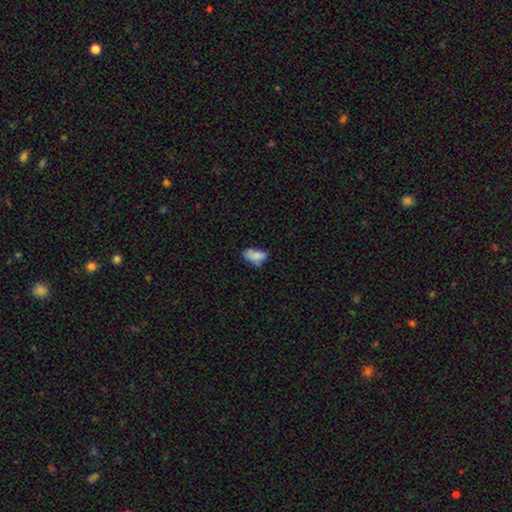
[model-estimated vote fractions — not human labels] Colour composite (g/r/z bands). It shows a smooth galaxy with no disk features (75%) that is in between round and cigar-shaped (90%). Merging: none (44%).